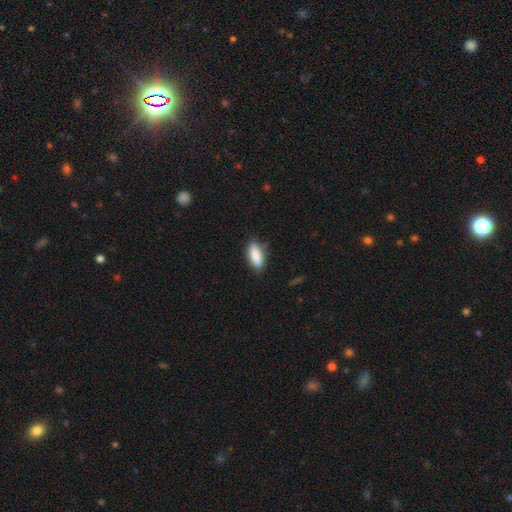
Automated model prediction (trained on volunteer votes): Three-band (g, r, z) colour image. It shows a smooth galaxy with no disk features (83%) that is in between round and cigar-shaped (62%). Merging: none (80%).